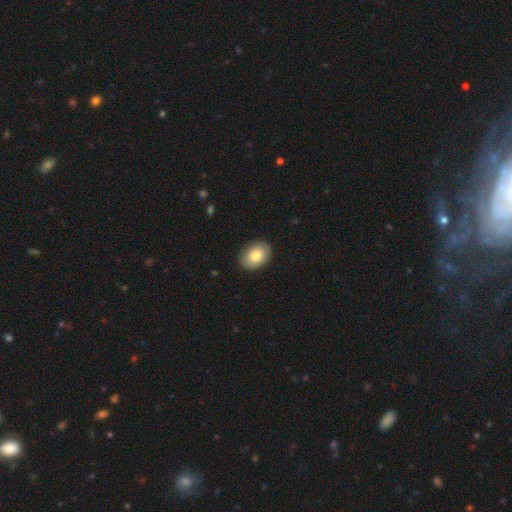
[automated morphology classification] This appears to be a smooth galaxy with no disk features (78%) that is in between round and cigar-shaped (77%). Merging: none (85%).